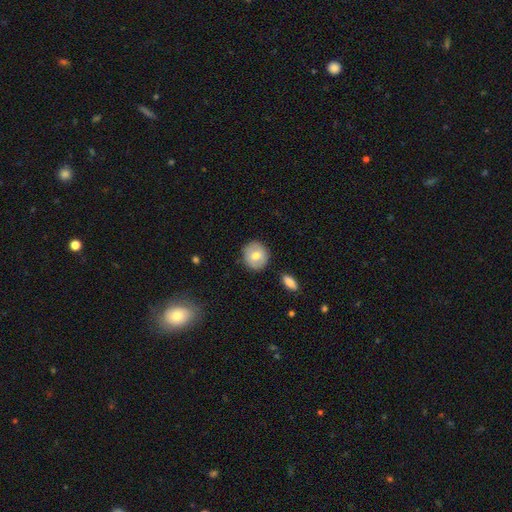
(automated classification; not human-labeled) Q: Smooth or featured?
A: smooth (71%); runner-up: featured or disk (22%)
Q: How rounded?
A: round (85%); runner-up: in between (14%)
Q: Merging?
A: none (87%); runner-up: minor disturbance (9%)